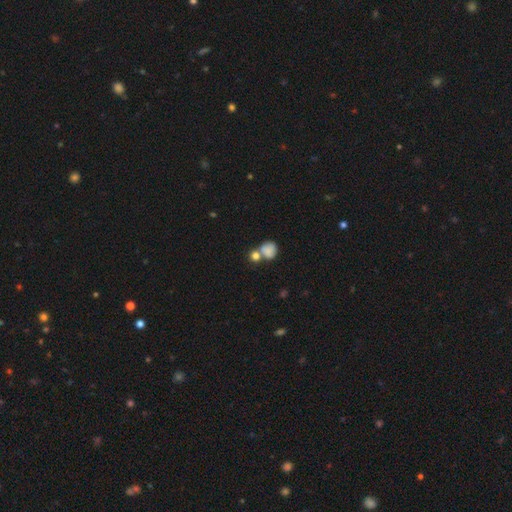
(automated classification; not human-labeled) Smooth or featured? smooth (80%)
How rounded? round (77%)
Merging? merger (46%)